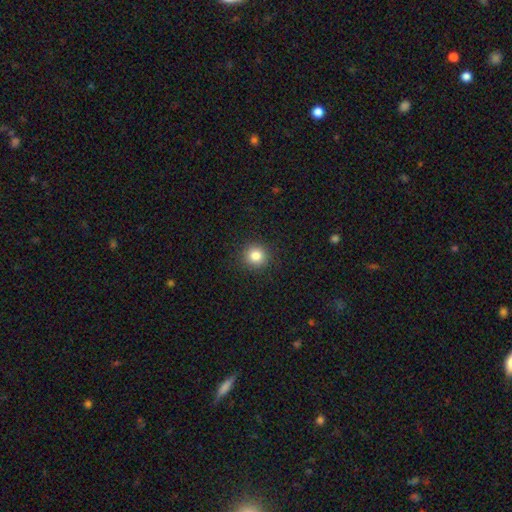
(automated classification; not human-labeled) smooth_or_featured: smooth (p=0.83) [alt: star or artifact p=0.11]
how_rounded: round (p=0.92) [alt: in between p=0.07]
merging: none (p=0.92) [alt: minor disturbance p=0.05]